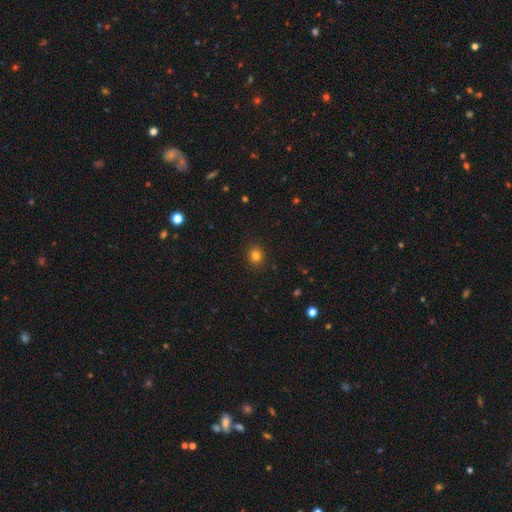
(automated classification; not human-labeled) Smooth or featured: smooth — 81% (star or artifact — 13%)
How rounded: round — 83% (in between — 16%)
Merging: none — 91% (minor disturbance — 6%)